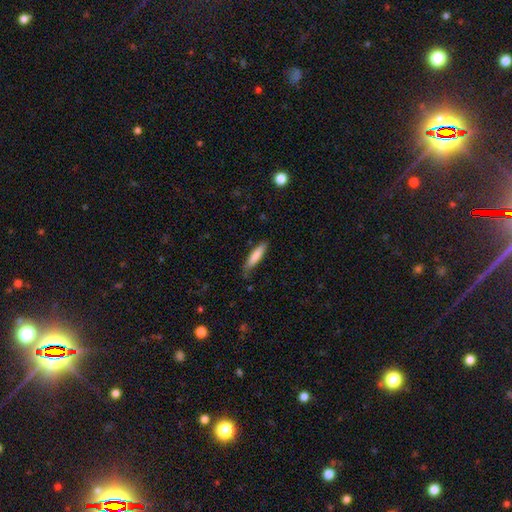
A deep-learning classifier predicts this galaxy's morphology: Smooth or featured? Predicted: smooth (p=0.80). How rounded? Predicted: cigar-shaped (p=0.80). Merging? Predicted: none (p=0.73).